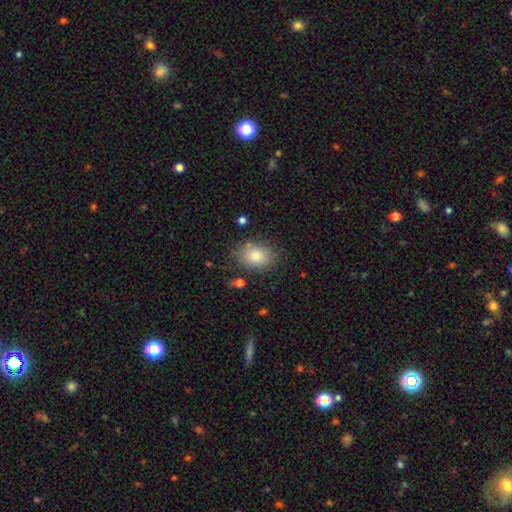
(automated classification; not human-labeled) smooth-or-featured: smooth: 84% | star or artifact: 8% | featured or disk: 8%
  how-rounded: in between: 74% | round: 25% | cigar-shaped: 1%
  merging: none: 79% | minor disturbance: 14% | major disturbance: 4% | merger: 3%